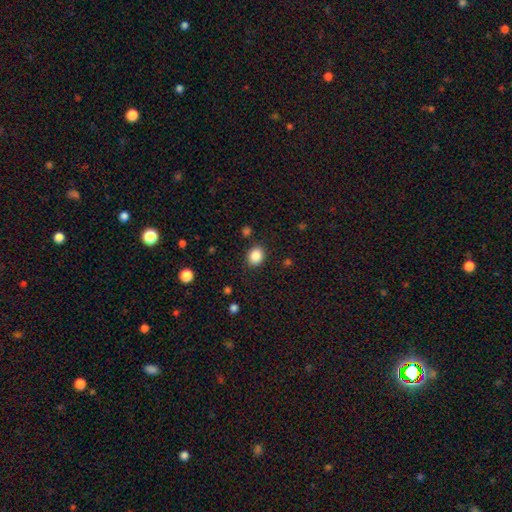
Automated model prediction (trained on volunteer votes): Q: Smooth or featured?
A: smooth (87%); runner-up: star or artifact (9%)
Q: How rounded?
A: round (52%); runner-up: in between (47%)
Q: Merging?
A: none (86%); runner-up: minor disturbance (9%)